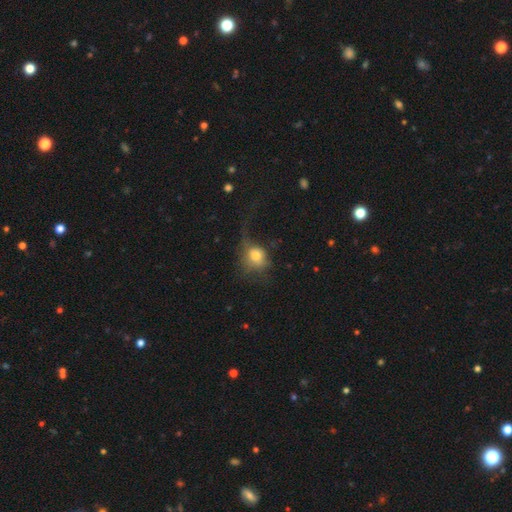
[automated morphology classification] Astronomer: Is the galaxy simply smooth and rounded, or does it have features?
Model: smooth — 71%.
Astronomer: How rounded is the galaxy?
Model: round — 68%.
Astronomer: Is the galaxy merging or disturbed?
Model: major disturbance — 45% (runner-up: none, 31%).